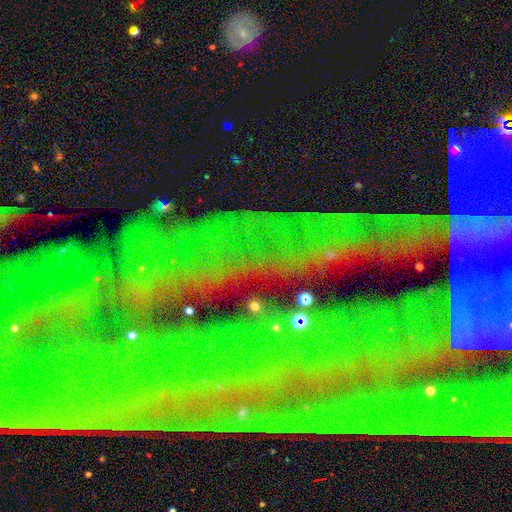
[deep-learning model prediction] Q: Smooth or featured?
A: star or artifact (78%); runner-up: featured or disk (13%)